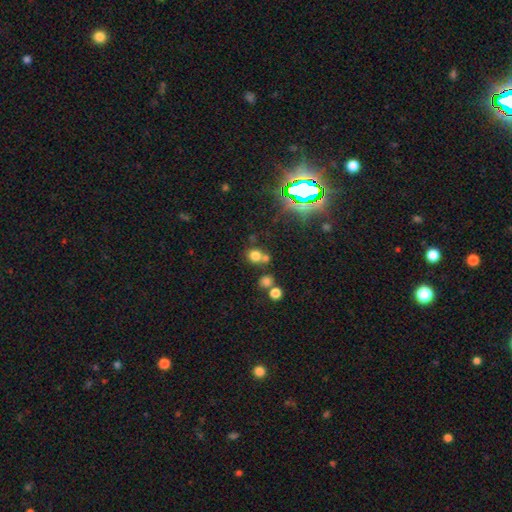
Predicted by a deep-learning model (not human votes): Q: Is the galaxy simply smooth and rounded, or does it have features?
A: smooth — 69%.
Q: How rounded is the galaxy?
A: round — 79%.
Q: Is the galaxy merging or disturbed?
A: none — 56%.